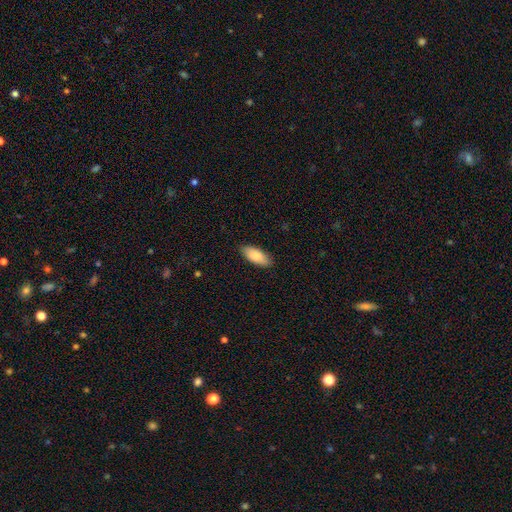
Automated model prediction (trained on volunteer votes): This appears to be a smooth galaxy with no disk features (87%) that is in between round and cigar-shaped (85%). Merging: none (87%).